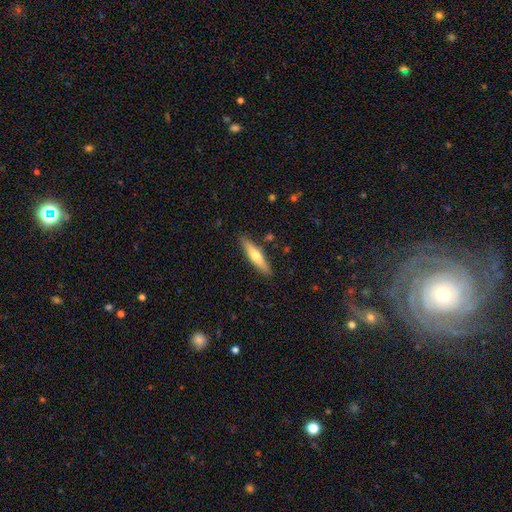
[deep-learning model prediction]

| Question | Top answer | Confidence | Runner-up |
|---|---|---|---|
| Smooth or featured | smooth | 53% | featured or disk (42%) |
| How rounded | cigar-shaped | 82% | in between (16%) |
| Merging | none | 87% | minor disturbance (9%) |